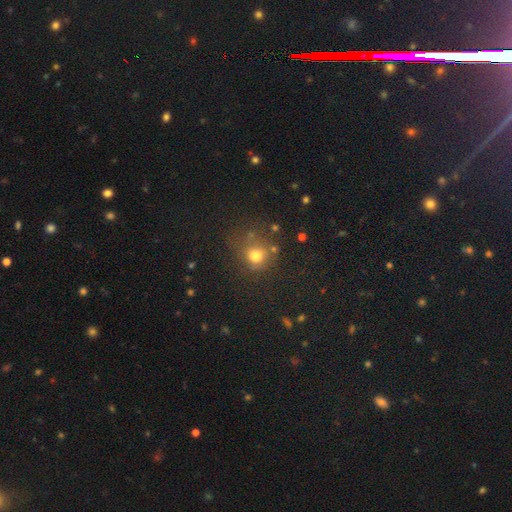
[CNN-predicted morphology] Overall: smooth (73%). How rounded: round (80%). Merging: none (65%).